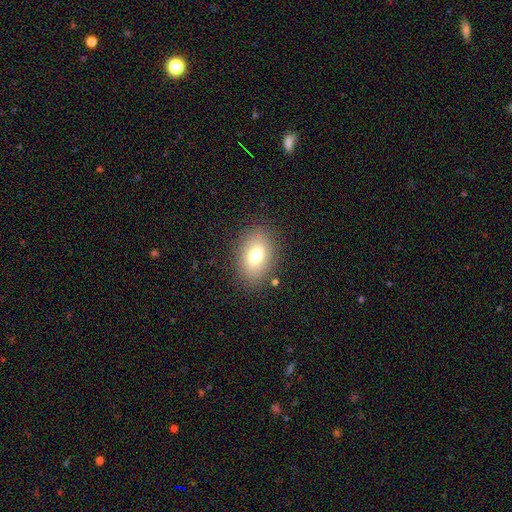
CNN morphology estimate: This is likely a smooth galaxy (74%). How rounded: likely in between (78%). Merging: clearly none (84%).